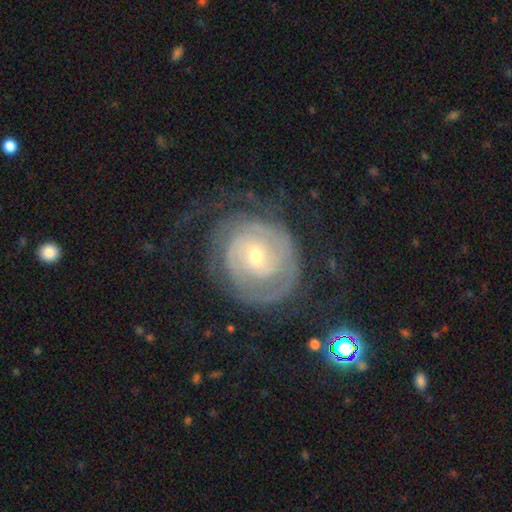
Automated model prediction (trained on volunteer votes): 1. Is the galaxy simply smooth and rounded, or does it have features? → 83% featured or disk, 10% smooth, 6% star or artifact.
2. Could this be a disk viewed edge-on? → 97% no, 3% yes.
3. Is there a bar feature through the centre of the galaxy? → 58% no, 32% weak, 9% strong.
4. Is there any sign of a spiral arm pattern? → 92% yes, 8% no.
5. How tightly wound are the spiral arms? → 69% tight, 23% medium, 8% loose.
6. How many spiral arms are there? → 38% 2, 33% can't tell, 10% 3, 10% 1, 5% 4, 4% more than 4.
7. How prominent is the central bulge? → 67% small, 30% moderate, 2% large, 1% none, 1% dominant.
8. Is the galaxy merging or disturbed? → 58% none, 22% major disturbance, 18% minor disturbance, 2% merger.